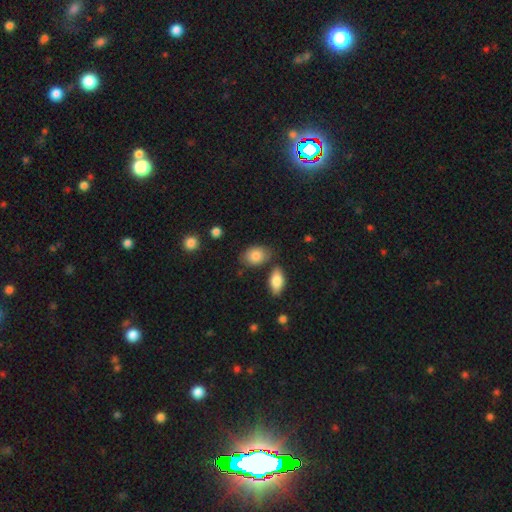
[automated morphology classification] type=smooth (84%); roundness=in between (82%); merging=none (72%).